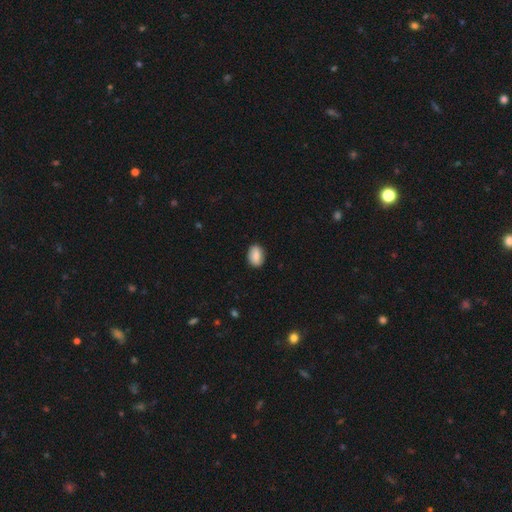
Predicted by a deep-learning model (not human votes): The model was most divided on "how rounded": in between: 80%, round: 18%, cigar-shaped: 2%. More confident: merging — none (86%); smooth or featured — smooth (80%).